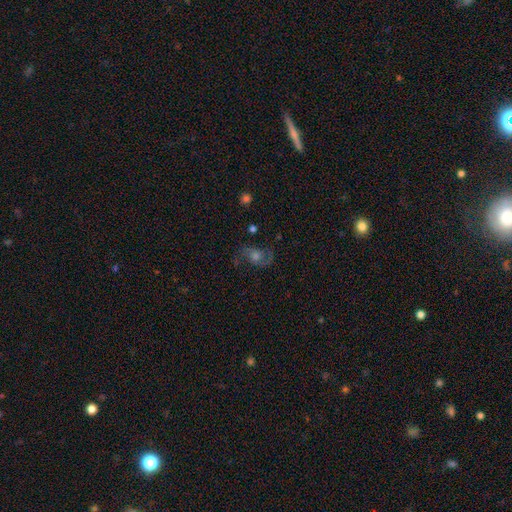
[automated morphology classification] Smooth or featured? featured or disk (72%)
Edge-on disk? no (96%)
Bar? no (65%)
Spiral arms? yes (92%)
Spiral winding? medium (49%)
Spiral arm count? 2 (88%)
Bulge size? moderate (46%)
Merging? none (72%)